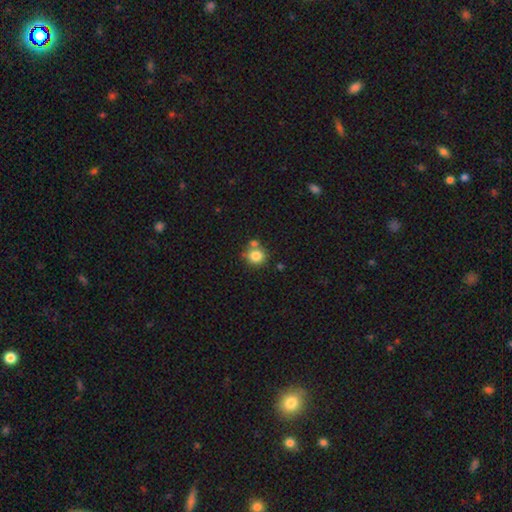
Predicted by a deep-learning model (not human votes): smooth 82%, star or artifact 10%, featured or disk 8%. Down the decision tree: how rounded — round (83%); merging — none (63%).